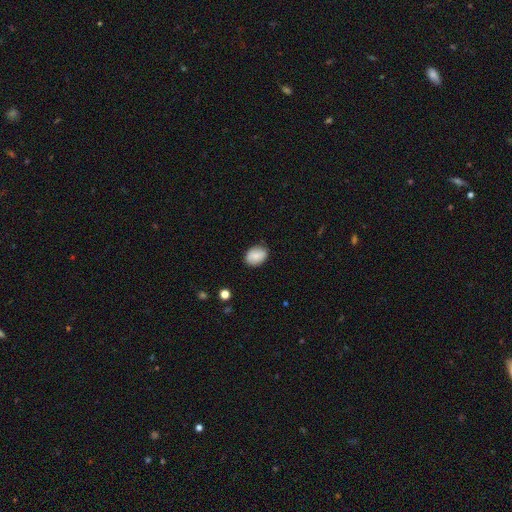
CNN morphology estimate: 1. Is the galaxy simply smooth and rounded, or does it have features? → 83% smooth, 10% featured or disk, 8% star or artifact.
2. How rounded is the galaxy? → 70% in between, 29% round, 1% cigar-shaped.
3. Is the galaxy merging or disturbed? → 84% none, 13% minor disturbance, 3% major disturbance, 1% merger.